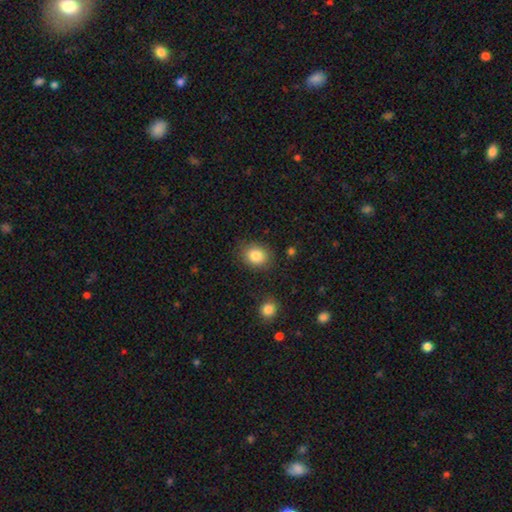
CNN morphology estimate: This appears to be a smooth galaxy with no disk features (85%) that is round (61%). Merging: none (83%).